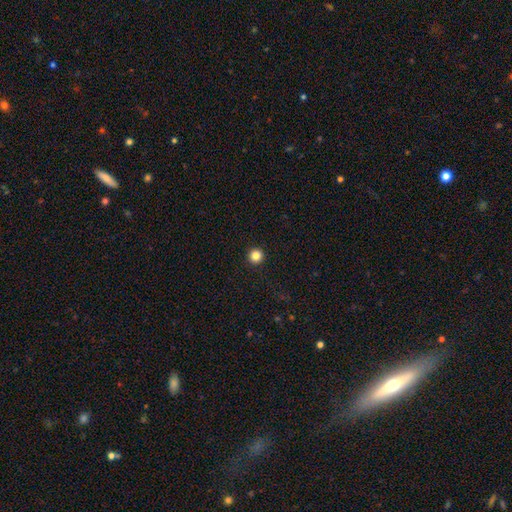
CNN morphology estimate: type=smooth (84%); roundness=round (96%); merging=none (94%).